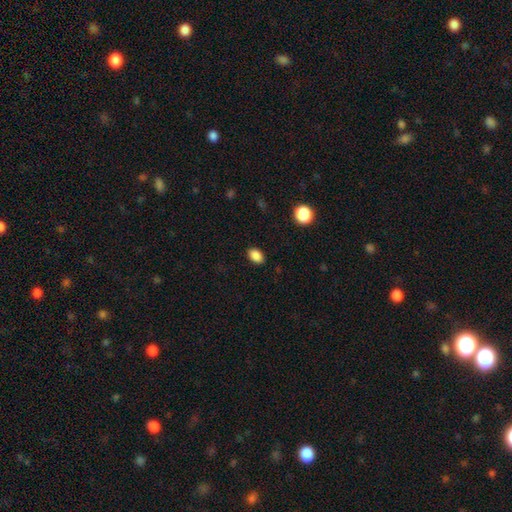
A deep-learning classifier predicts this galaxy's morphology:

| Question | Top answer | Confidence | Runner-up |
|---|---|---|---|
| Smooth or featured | smooth | 87% | star or artifact (9%) |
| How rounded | in between | 83% | round (16%) |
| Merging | none | 88% | minor disturbance (8%) |